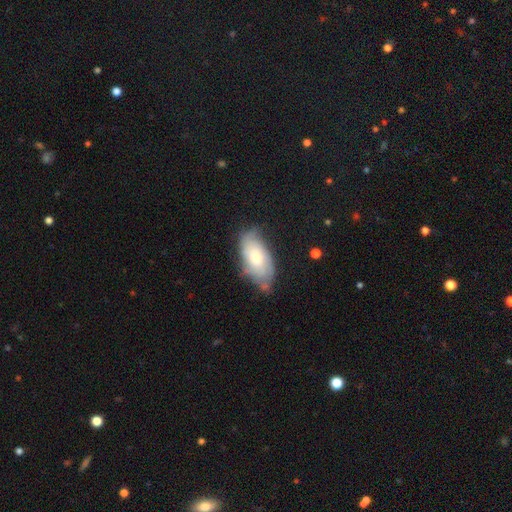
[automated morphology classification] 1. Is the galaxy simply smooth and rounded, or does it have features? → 54% featured or disk, 40% smooth, 7% star or artifact.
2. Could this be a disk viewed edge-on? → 90% no, 10% yes.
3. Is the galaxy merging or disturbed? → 61% none, 29% minor disturbance, 8% major disturbance, 2% merger.